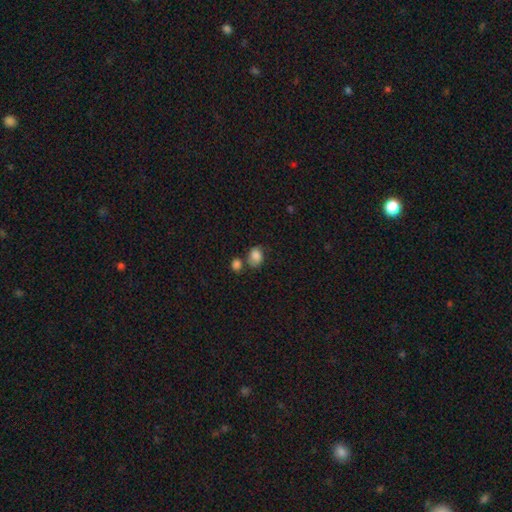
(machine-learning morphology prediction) Q: Smooth or featured?
A: smooth (84%); runner-up: star or artifact (9%)
Q: How rounded?
A: in between (60%); runner-up: round (39%)
Q: Merging?
A: none (49%); runner-up: merger (25%)